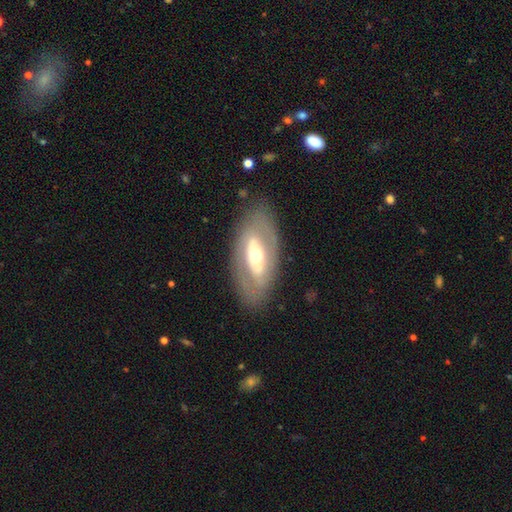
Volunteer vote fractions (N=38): Smooth or featured?
  - featured or disk: 71% *
  - smooth: 24%
  - star or artifact: 5%
Edge-on disk?
  - no: 93% *
  - yes: 7%
Bar?
  - no: 52% *
  - weak: 28%
  - strong: 20%
Spiral arms?
  - yes: 56% *
  - no: 44%
Spiral winding?
  - tight: 43% *
  - medium: 36%
  - loose: 21%
Spiral arm count?
  - 2: 86% *
  - more than 4: 7%
  - can't tell: 7%
  - 1: 0%
  - 3: 0%
  - 4: 0%
Bulge size?
  - moderate: 60% *
  - small: 32%
  - dominant: 4%
  - large: 4%
  - none: 0%
Merging?
  - none: 72% *
  - major disturbance: 14%
  - minor disturbance: 8%
  - merger: 6%